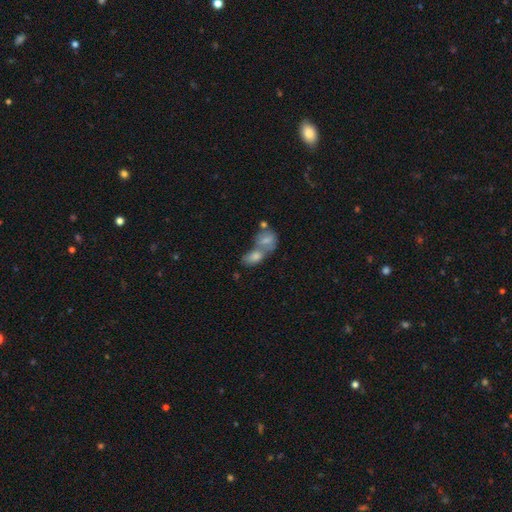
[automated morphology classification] This is possibly a smooth galaxy (55%). How rounded: likely in between (75%). Merging: likely merger (65%).